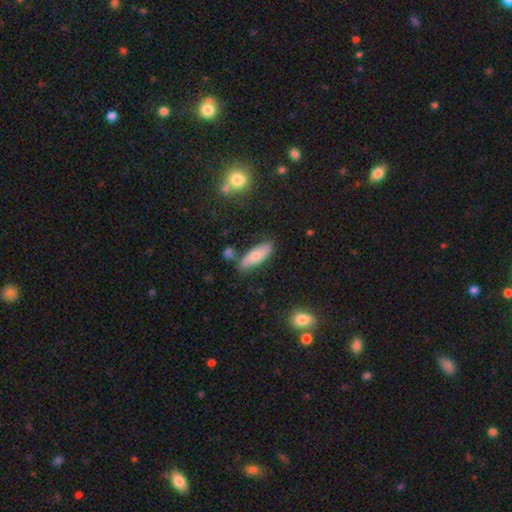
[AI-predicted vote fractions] smooth-or-featured: smooth: 67% | featured or disk: 26% | star or artifact: 7%
  how-rounded: in between: 67% | cigar-shaped: 30% | round: 2%
  merging: none: 74% | minor disturbance: 16% | merger: 6% | major disturbance: 3%